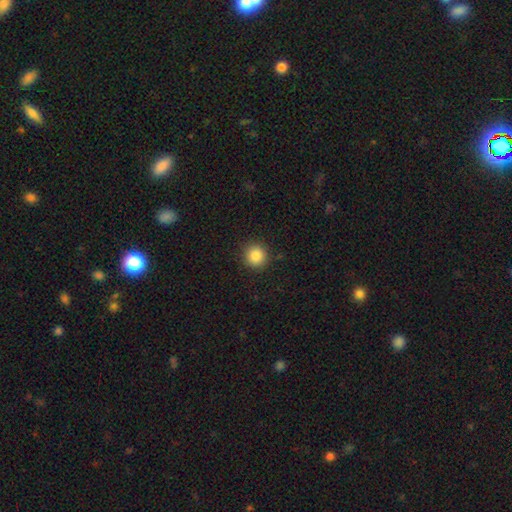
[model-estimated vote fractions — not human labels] Smooth or featured? Predicted: smooth (p=0.86). How rounded? Predicted: round (p=0.93). Merging? Predicted: none (p=0.91).